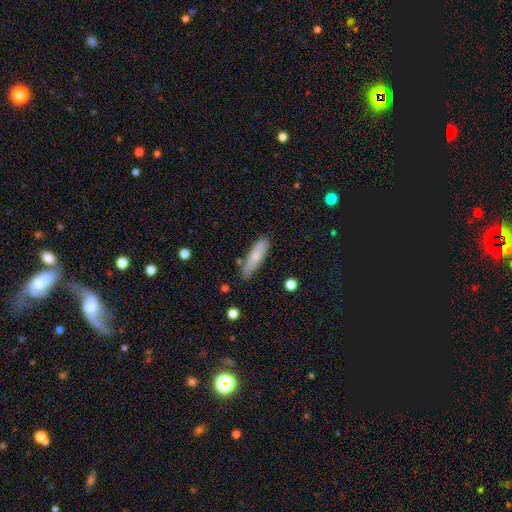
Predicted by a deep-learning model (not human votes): This appears to be a smooth galaxy with no disk features (71%) that is cigar-shaped (73%). Merging: none (80%).